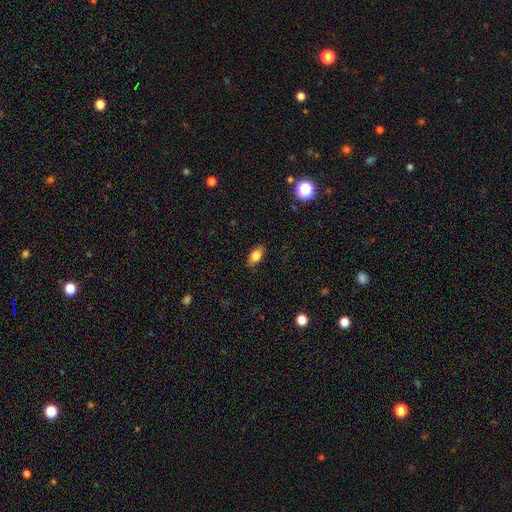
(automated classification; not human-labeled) Smooth or featured?
  - smooth: 80% *
  - featured or disk: 12%
  - star or artifact: 8%
How rounded?
  - in between: 86% *
  - round: 7%
  - cigar-shaped: 6%
Merging?
  - none: 85% *
  - minor disturbance: 11%
  - major disturbance: 2%
  - merger: 1%